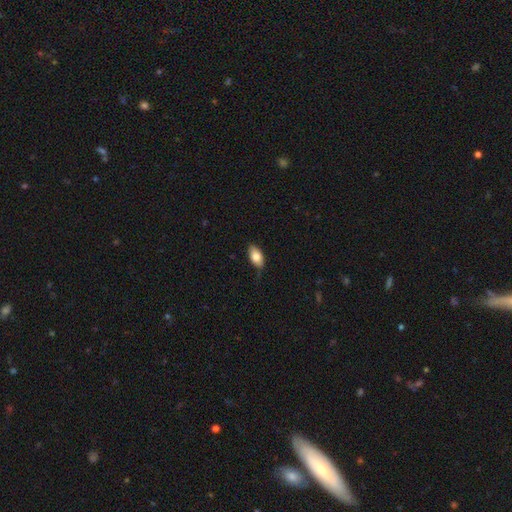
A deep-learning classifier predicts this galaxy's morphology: This is clearly a smooth galaxy (81%). How rounded: clearly in between (93%). Merging: likely none (76%).